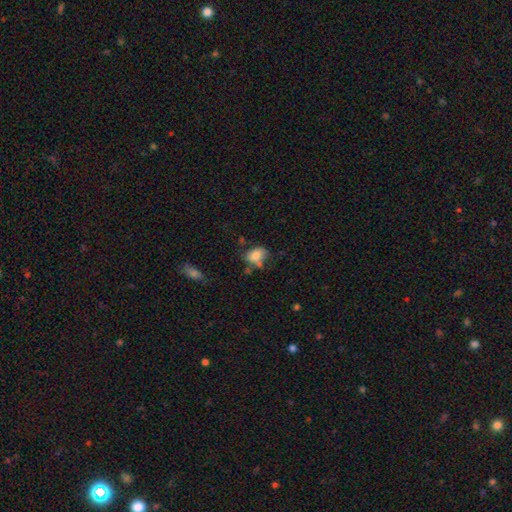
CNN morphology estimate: A smooth galaxy with no disk features (75%) that is in between round and cigar-shaped (72%). Merging: none (51%).